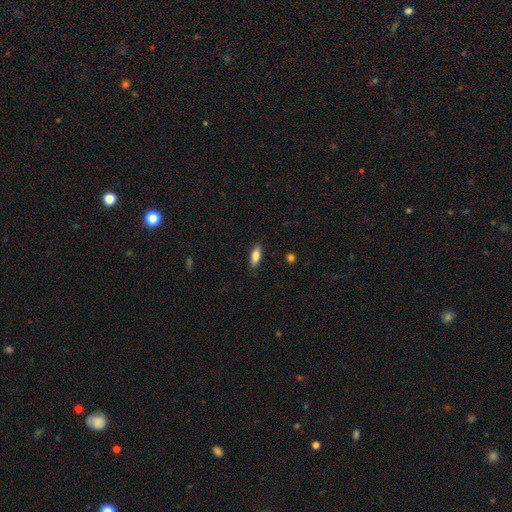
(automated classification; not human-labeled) This is clearly a smooth galaxy (85%). How rounded: likely in between (75%). Merging: clearly none (87%).